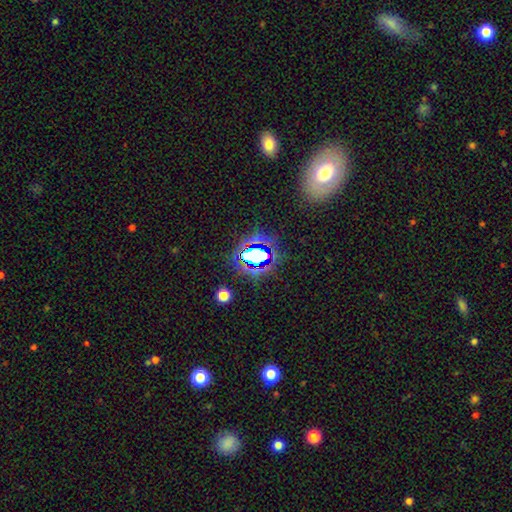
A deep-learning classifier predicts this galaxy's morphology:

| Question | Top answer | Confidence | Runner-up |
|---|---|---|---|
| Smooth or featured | star or artifact | 64% | smooth (23%) |